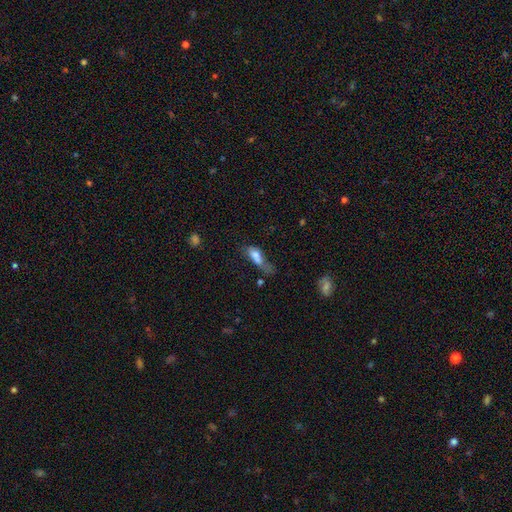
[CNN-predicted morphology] A smooth galaxy with no disk features (67%) that is in between round and cigar-shaped (65%).

Vote fractions:
- Smooth or featured? smooth: 67% / featured or disk: 22% / star or artifact: 11%
- How rounded? in between: 65% / cigar-shaped: 29% / round: 7%
- Merging? major disturbance: 34% / merger: 28% / none: 19% / minor disturbance: 19%